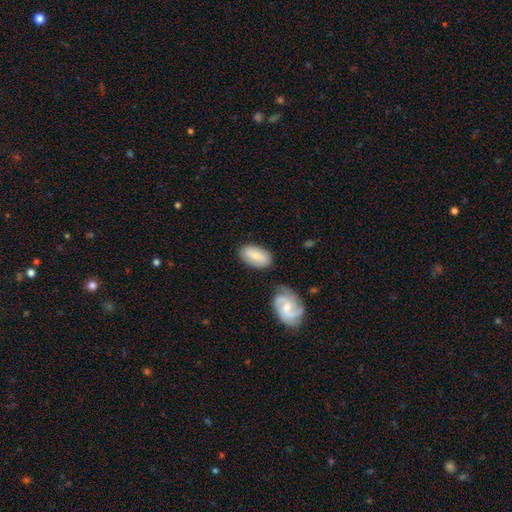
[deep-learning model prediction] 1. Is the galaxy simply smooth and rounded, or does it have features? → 72% smooth, 21% featured or disk, 6% star or artifact.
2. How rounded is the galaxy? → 92% in between, 4% cigar-shaped, 4% round.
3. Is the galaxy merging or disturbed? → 73% none, 15% minor disturbance, 7% merger, 4% major disturbance.